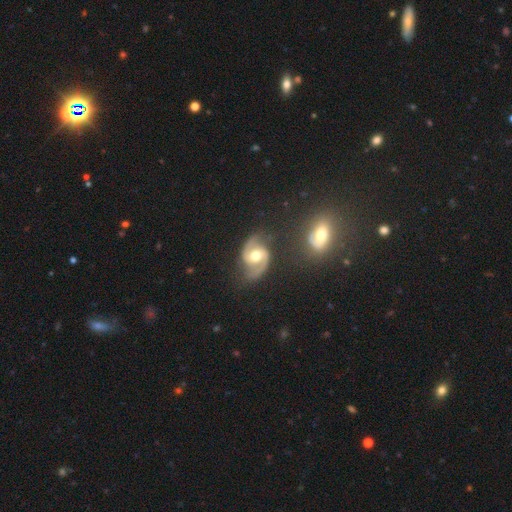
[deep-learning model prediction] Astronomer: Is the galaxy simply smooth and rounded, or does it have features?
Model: featured or disk — 88%.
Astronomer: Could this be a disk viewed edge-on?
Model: no — 98%.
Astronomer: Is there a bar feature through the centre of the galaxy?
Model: no — 46% (runner-up: weak, 39%).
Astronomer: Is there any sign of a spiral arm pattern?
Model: yes — 96%.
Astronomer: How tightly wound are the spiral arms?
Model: medium — 57%.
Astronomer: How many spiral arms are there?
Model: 2 — 94%.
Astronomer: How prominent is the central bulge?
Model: moderate — 76%.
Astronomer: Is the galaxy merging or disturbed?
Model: none — 73%.